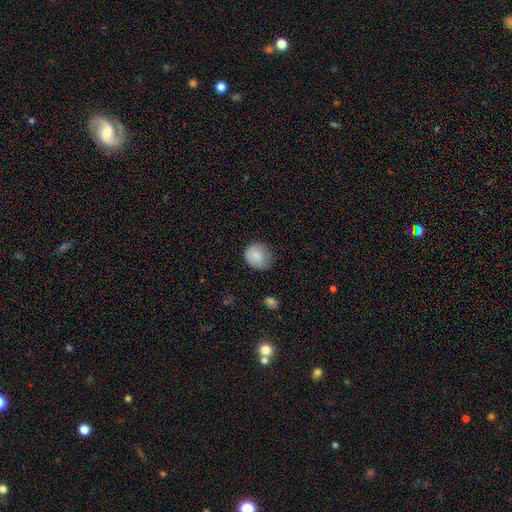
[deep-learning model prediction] Q: Smooth or featured?
A: smooth (85%); runner-up: star or artifact (8%)
Q: How rounded?
A: round (82%); runner-up: in between (18%)
Q: Merging?
A: none (71%); runner-up: minor disturbance (23%)